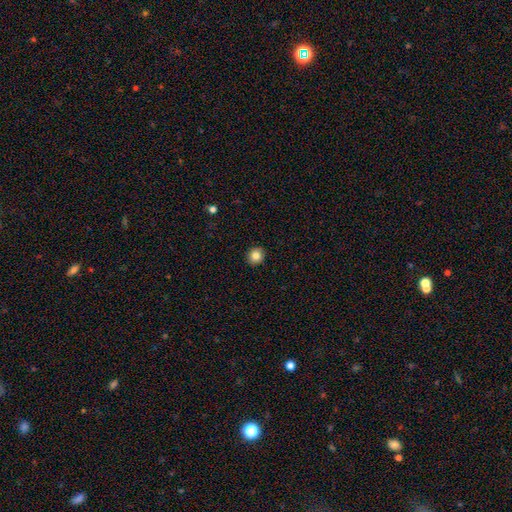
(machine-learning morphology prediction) Smooth or featured? Predicted: smooth (p=0.84). How rounded? Predicted: round (p=0.85). Merging? Predicted: none (p=0.92).